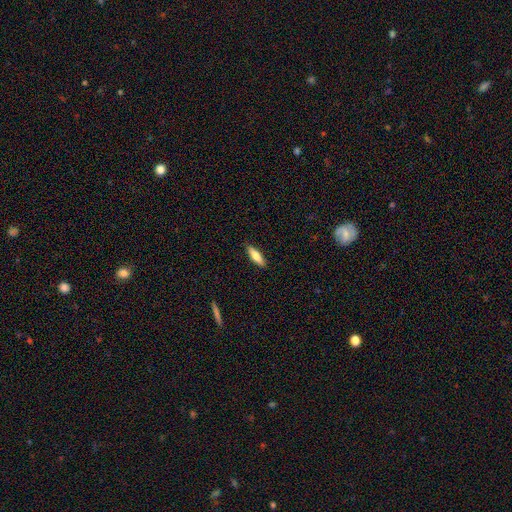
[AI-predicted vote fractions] smooth-or-featured: smooth: 73% | featured or disk: 21% | star or artifact: 6%
  how-rounded: cigar-shaped: 56% | in between: 43% | round: 2%
  merging: none: 89% | minor disturbance: 8% | major disturbance: 2% | merger: 1%